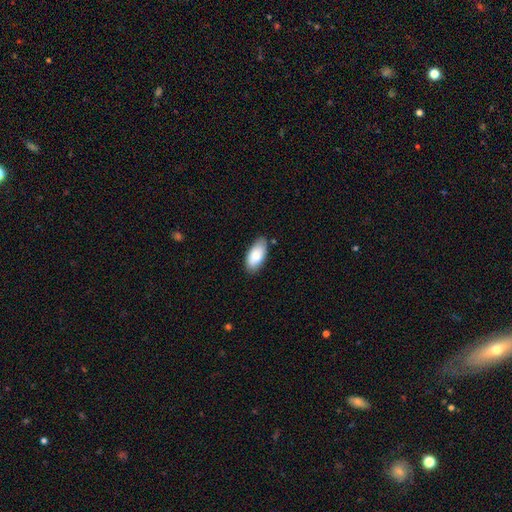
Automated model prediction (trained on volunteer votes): Smooth or featured?
  - smooth: 85% *
  - featured or disk: 9%
  - star or artifact: 6%
How rounded?
  - in between: 92% *
  - cigar-shaped: 6%
  - round: 2%
Merging?
  - none: 79% *
  - minor disturbance: 16%
  - major disturbance: 3%
  - merger: 2%